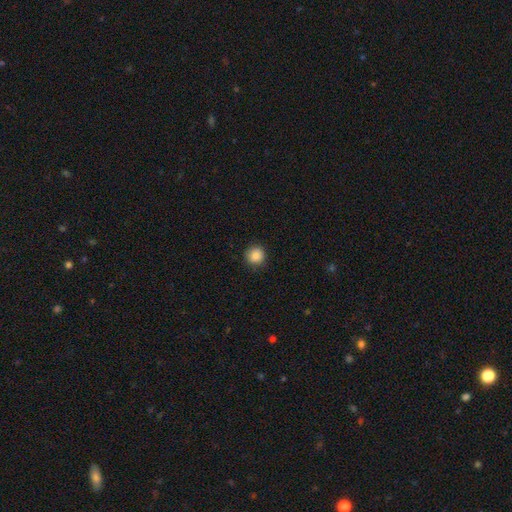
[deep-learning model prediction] Smooth or featured: smooth — 87% (star or artifact — 10%)
How rounded: round — 93% (in between — 6%)
Merging: none — 88% (minor disturbance — 9%)